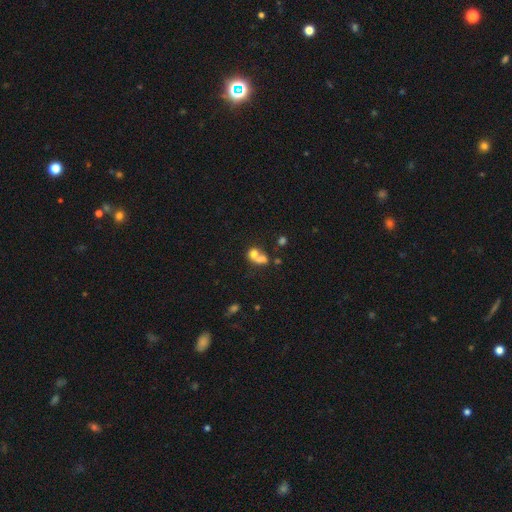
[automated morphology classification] smooth 64%, featured or disk 22%, star or artifact 14%. Down the decision tree: how rounded — round (58%); merging — merger (64%).